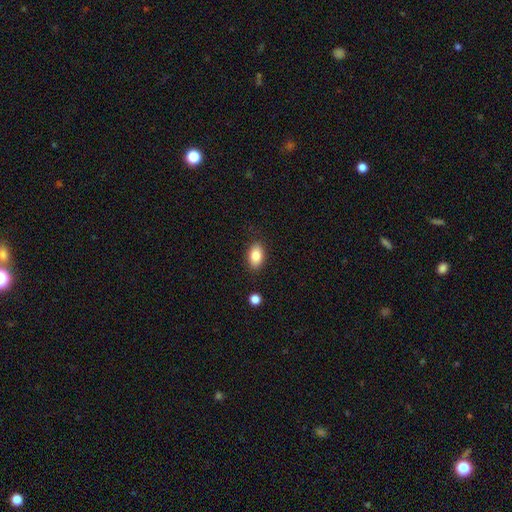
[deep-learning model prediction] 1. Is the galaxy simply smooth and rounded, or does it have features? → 84% smooth, 8% featured or disk, 8% star or artifact.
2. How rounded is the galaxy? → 90% in between, 9% round, 2% cigar-shaped.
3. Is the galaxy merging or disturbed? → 86% none, 10% minor disturbance, 2% major disturbance, 2% merger.